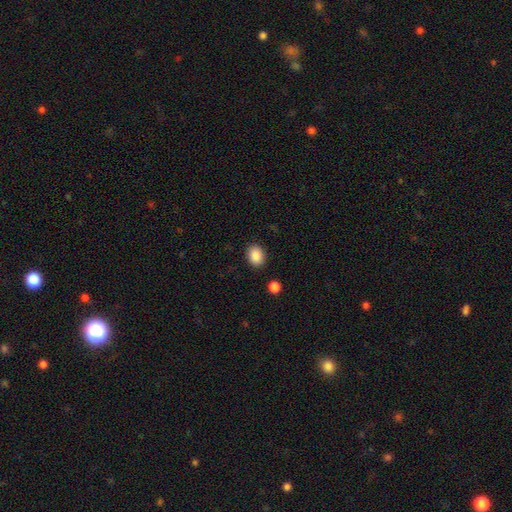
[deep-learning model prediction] Q: Smooth or featured?
A: smooth (89%); runner-up: star or artifact (8%)
Q: How rounded?
A: in between (59%); runner-up: round (40%)
Q: Merging?
A: none (88%); runner-up: minor disturbance (8%)